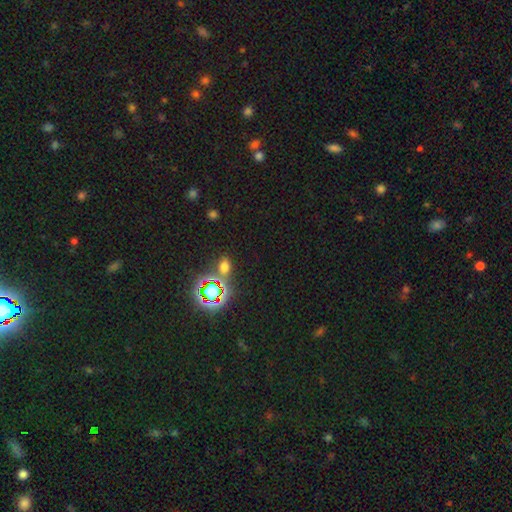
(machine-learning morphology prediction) This is possibly a star or artifact rather than a galaxy (51%).